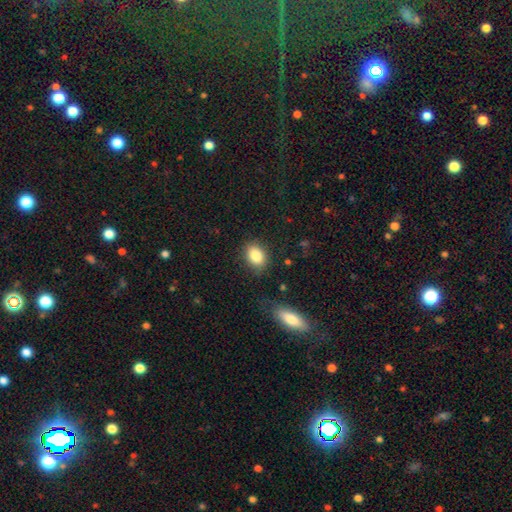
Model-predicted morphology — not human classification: Smooth or featured: smooth — 86% (star or artifact — 8%)
How rounded: in between — 72% (round — 27%)
Merging: none — 82% (minor disturbance — 12%)